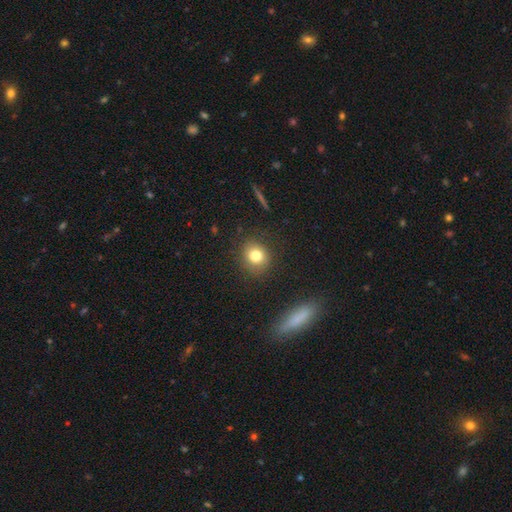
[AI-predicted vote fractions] smooth 79%, star or artifact 12%, featured or disk 9%. Down the decision tree: how rounded — round (81%); merging — none (86%).